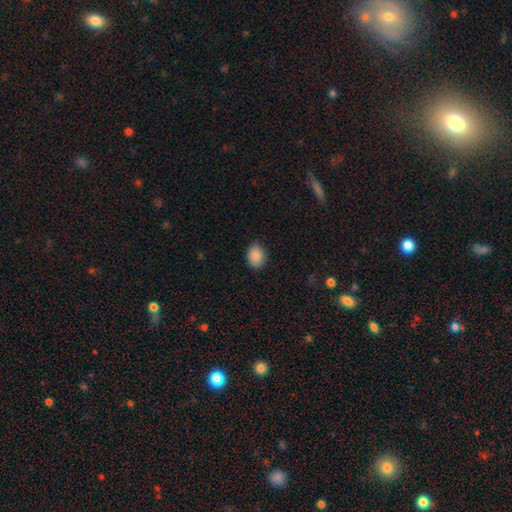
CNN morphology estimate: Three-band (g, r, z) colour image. It shows a smooth galaxy with no disk features (89%) that is in between round and cigar-shaped (50%). Merging: none (83%).